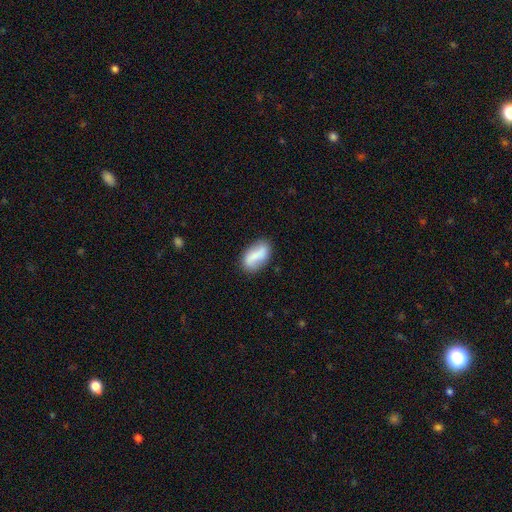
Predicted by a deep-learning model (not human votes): Morphology: type=smooth (63%); roundness=in between (90%); merging=none (74%).